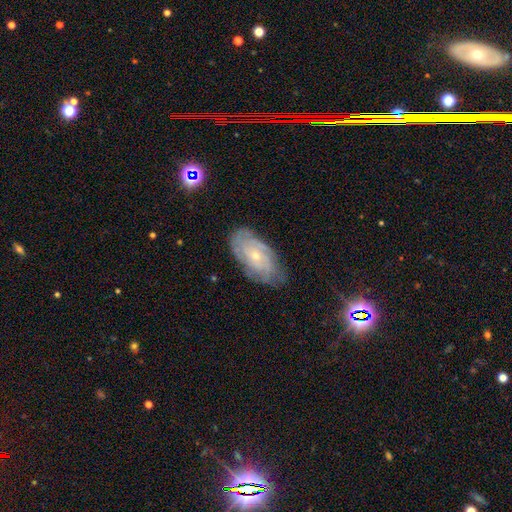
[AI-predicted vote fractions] A featured or disk galaxy (74%) with no bar (77%), tight (68%) spiral arms (88%) and a small central bulge (74%). Merging: none (71%).